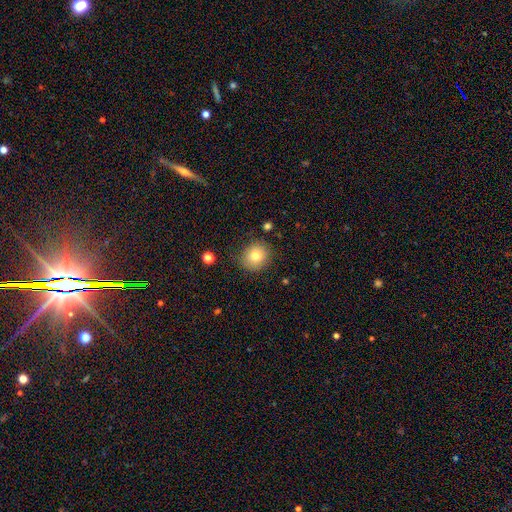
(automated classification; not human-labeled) The model was most divided on "smooth or featured": smooth: 79%, star or artifact: 11%, featured or disk: 11%. More confident: how rounded — round (85%); merging — none (82%).